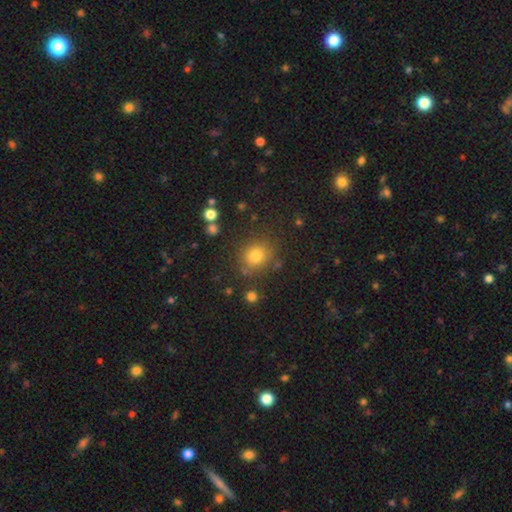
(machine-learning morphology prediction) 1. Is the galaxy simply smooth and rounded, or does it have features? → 77% smooth, 16% star or artifact, 7% featured or disk.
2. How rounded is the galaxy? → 82% round, 17% in between, 1% cigar-shaped.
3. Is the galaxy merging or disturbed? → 81% none, 10% minor disturbance, 5% merger, 4% major disturbance.